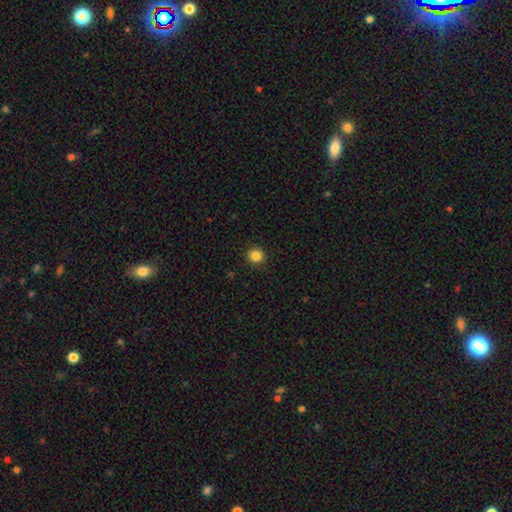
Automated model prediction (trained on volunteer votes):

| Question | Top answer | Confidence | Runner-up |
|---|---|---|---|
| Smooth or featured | smooth | 85% | star or artifact (11%) |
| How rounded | round | 93% | in between (6%) |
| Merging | none | 92% | minor disturbance (5%) |